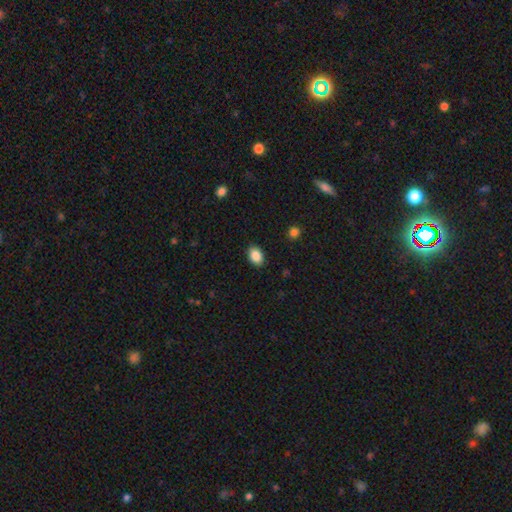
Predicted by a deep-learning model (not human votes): Q: Smooth or featured?
A: smooth (88%); runner-up: star or artifact (8%)
Q: How rounded?
A: in between (84%); runner-up: round (15%)
Q: Merging?
A: none (89%); runner-up: minor disturbance (8%)